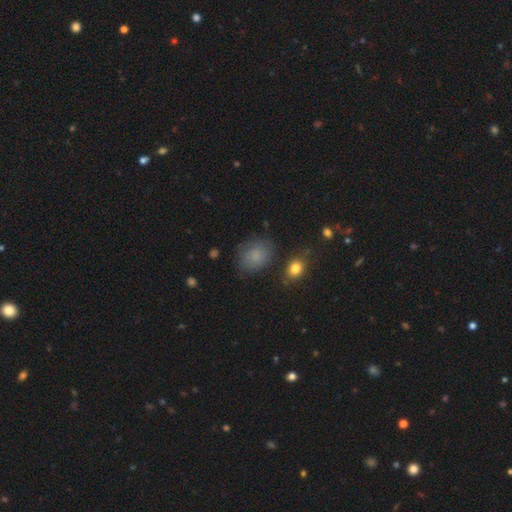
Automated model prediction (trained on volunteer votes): Morphology: type=smooth (75%); roundness=in between (62%); merging=none (70%).